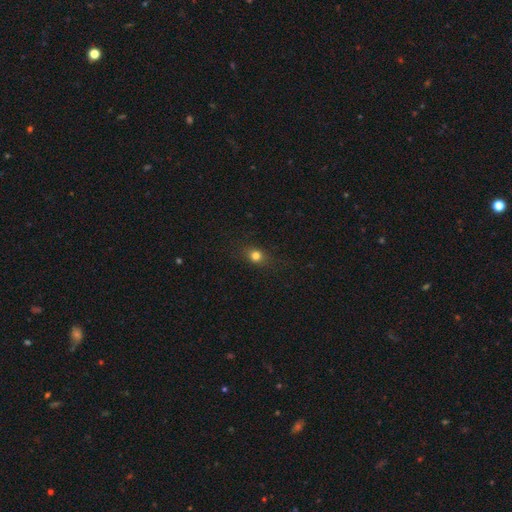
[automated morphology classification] This appears to be a smooth galaxy with no disk features (77%) that is round (62%). Merging: none (84%).